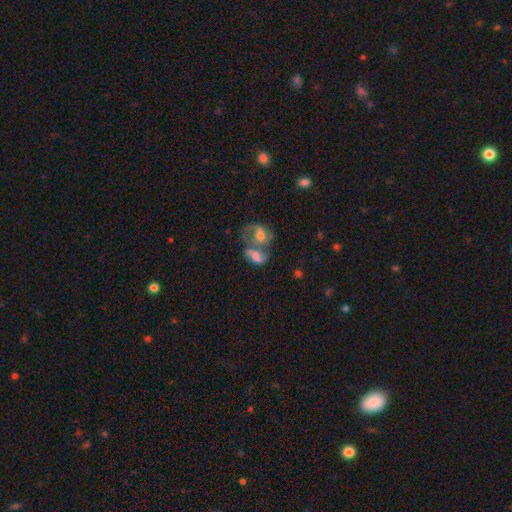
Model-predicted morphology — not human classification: featured or disk 50%, smooth 40%, star or artifact 10%. Down the decision tree: merging — merger (71%).